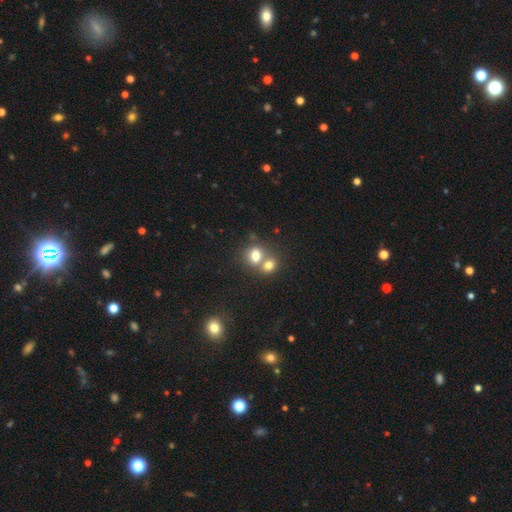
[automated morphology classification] A smooth galaxy with no disk features (74%) that is round (60%).

Vote fractions:
- Smooth or featured? smooth: 74% / featured or disk: 14% / star or artifact: 12%
- How rounded? round: 60% / in between: 38% / cigar-shaped: 1%
- Merging? merger: 60% / none: 31% / minor disturbance: 7% / major disturbance: 3%